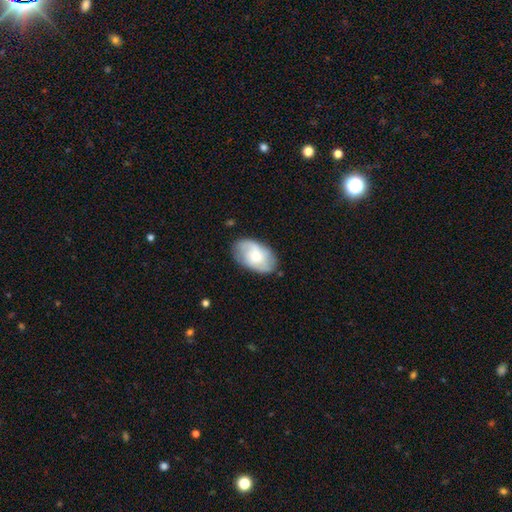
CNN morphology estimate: Overall: smooth (51%; featured or disk 42%). How rounded: in between (91%). Merging: none (76%).